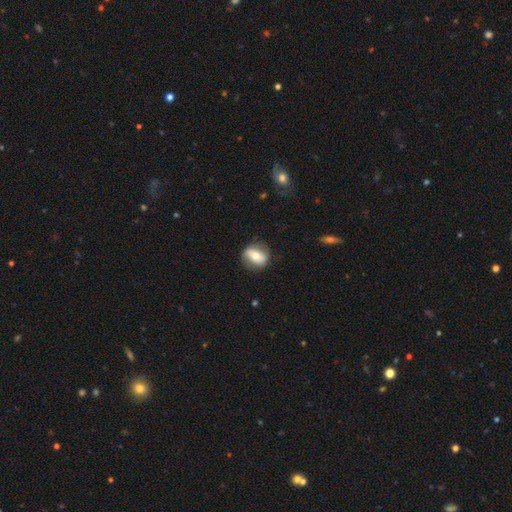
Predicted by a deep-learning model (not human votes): The model was most divided on "how rounded": round: 51%, in between: 46%, cigar-shaped: 3%. More confident: merging — none (79%); smooth or featured — smooth (55%).